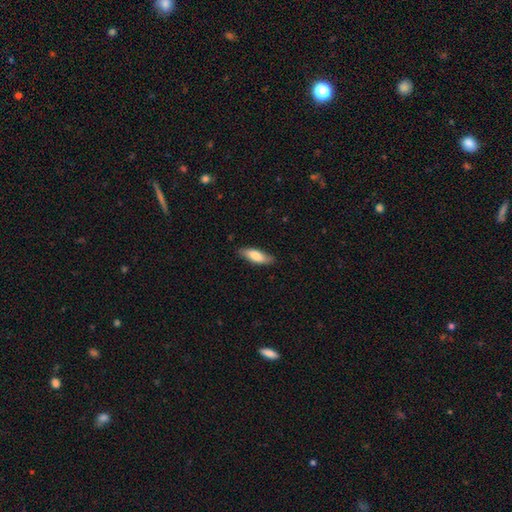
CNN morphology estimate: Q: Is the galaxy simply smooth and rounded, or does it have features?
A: smooth — 80%.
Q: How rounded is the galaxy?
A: in between — 63%.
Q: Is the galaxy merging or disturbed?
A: none — 80%.